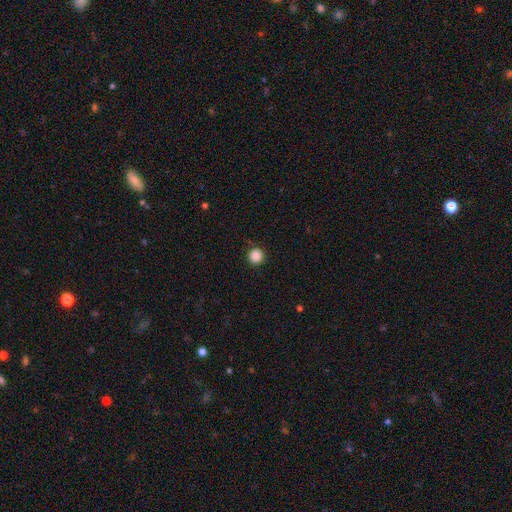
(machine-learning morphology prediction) Overall: smooth (87%). How rounded: round (96%). Merging: none (91%).